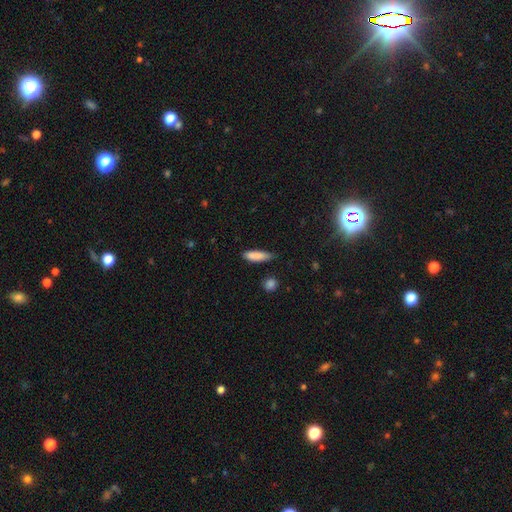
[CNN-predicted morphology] Q: Smooth or featured?
A: smooth (87%); runner-up: featured or disk (7%)
Q: How rounded?
A: cigar-shaped (60%); runner-up: in between (38%)
Q: Merging?
A: none (70%); runner-up: minor disturbance (25%)